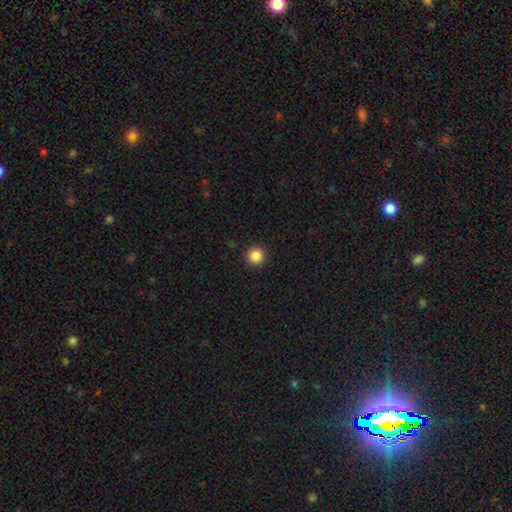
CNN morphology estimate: A smooth galaxy with no disk features (87%) that is round (96%). Merging: none (93%).